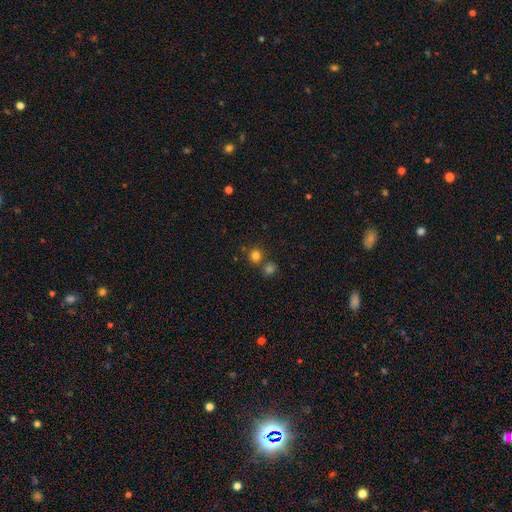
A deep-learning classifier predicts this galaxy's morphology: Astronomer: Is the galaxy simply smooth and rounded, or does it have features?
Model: smooth — 79%.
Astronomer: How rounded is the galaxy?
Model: round — 93%.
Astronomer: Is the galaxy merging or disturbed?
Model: none — 74%.